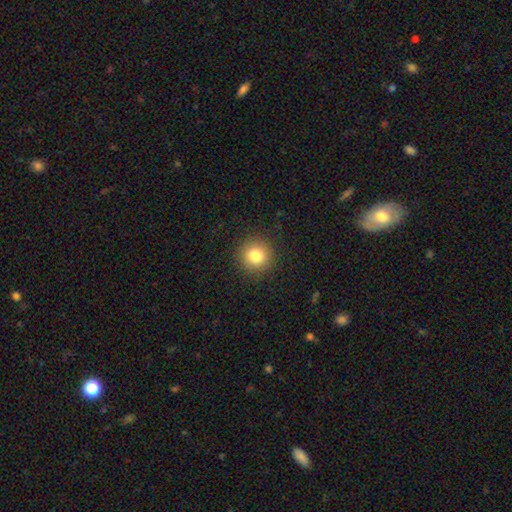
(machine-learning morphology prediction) Smooth or featured? smooth (82%)
How rounded? round (94%)
Merging? none (90%)